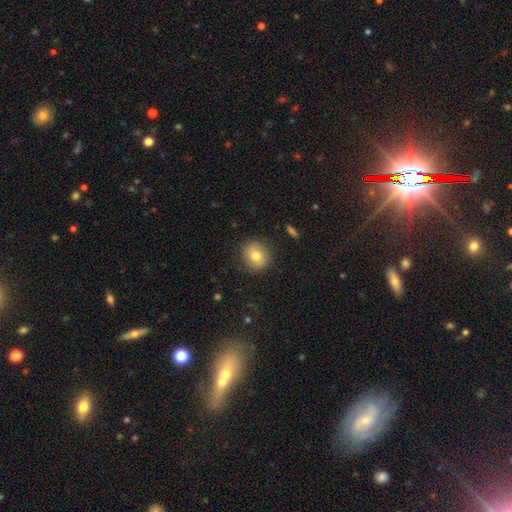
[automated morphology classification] Smooth or featured: smooth — 76% (featured or disk — 15%)
How rounded: round — 81% (in between — 18%)
Merging: none — 87% (minor disturbance — 9%)